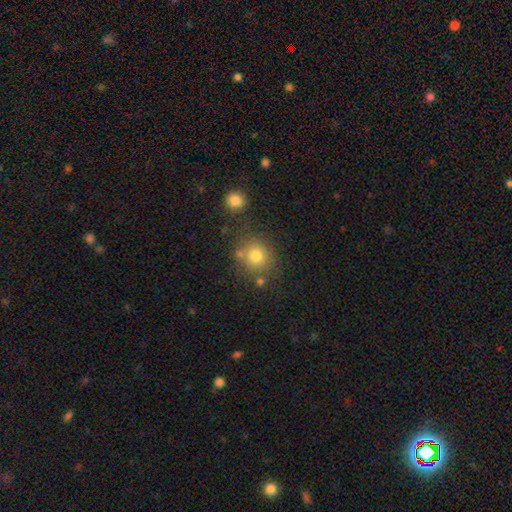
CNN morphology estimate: This appears to be a smooth galaxy with no disk features (78%) that is round (87%). Merging: none (75%).